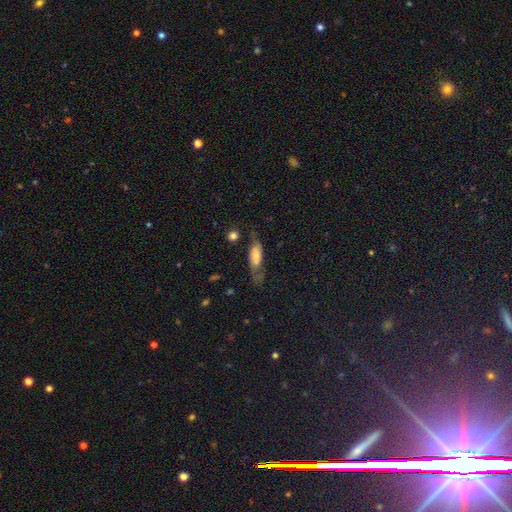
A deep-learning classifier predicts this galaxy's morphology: The model was most divided on "merging": none: 43%, minor disturbance: 29%, major disturbance: 21%, merger: 6%. More confident: how rounded — in between (65%); smooth or featured — smooth (63%).